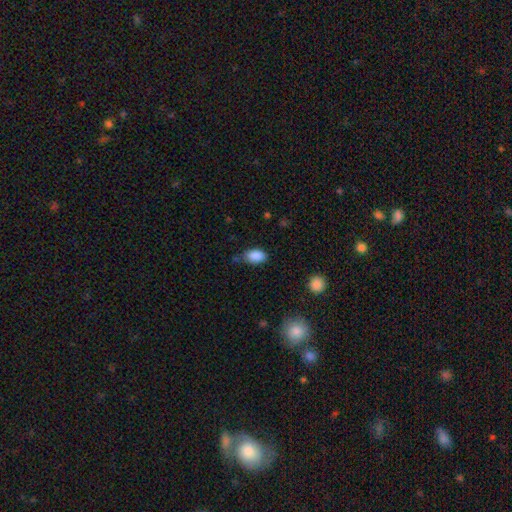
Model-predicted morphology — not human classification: The model was most divided on "merging": none: 73%, minor disturbance: 20%, major disturbance: 4%, merger: 3%. More confident: how rounded — in between (92%); smooth or featured — smooth (88%).